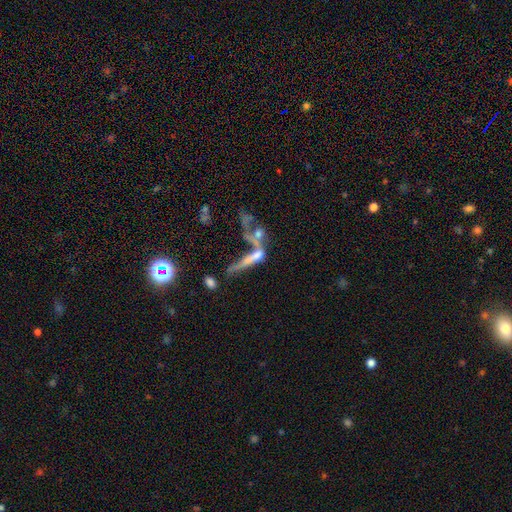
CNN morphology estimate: type=featured or disk (49%); merging=merger (49%).